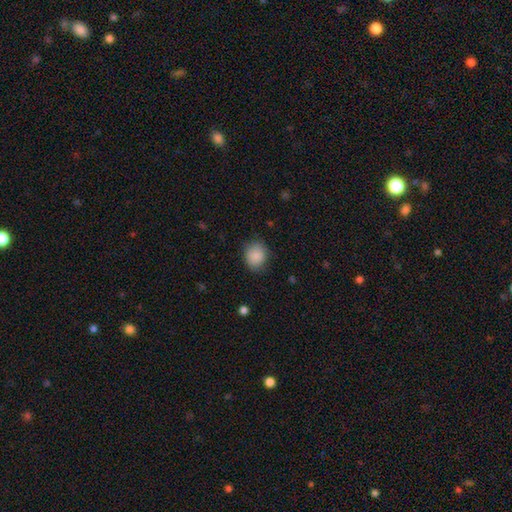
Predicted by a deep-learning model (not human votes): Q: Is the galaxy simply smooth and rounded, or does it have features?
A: smooth — 88%.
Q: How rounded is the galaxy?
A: round — 66%.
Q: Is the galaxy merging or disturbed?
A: none — 80%.